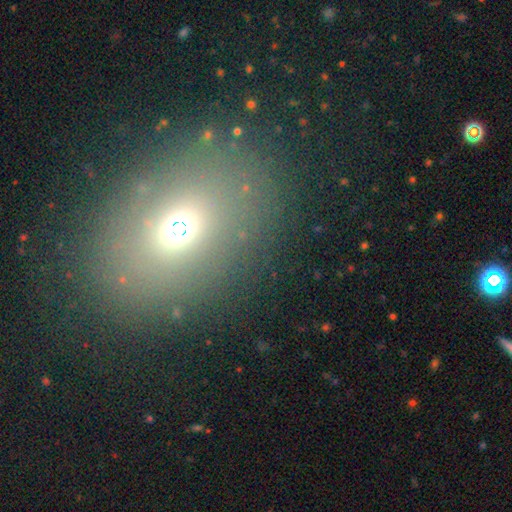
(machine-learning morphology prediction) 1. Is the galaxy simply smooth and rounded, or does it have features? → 62% smooth, 21% star or artifact, 17% featured or disk.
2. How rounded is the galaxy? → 70% in between, 28% round, 2% cigar-shaped.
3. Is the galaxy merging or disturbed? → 79% none, 11% minor disturbance, 6% major disturbance, 3% merger.